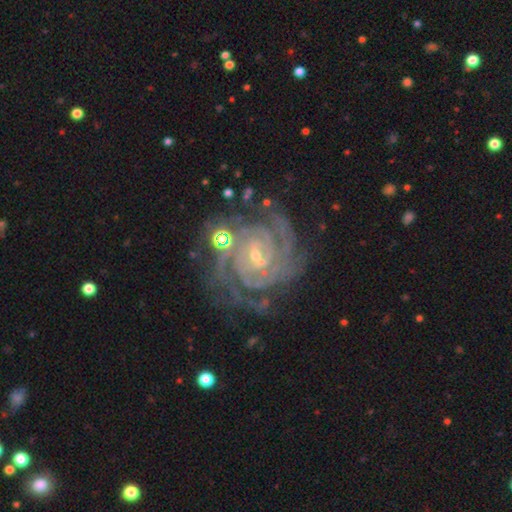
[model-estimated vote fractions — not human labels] Smooth or featured? Predicted: featured or disk (p=0.92). Edge-on disk? Predicted: no (p=0.98). Bar? Predicted: weak (p=0.44). Spiral arms? Predicted: yes (p=0.99). Spiral winding? Predicted: tight (p=0.79). Spiral arm count? Predicted: 4 (p=0.28). Bulge size? Predicted: small (p=0.78). Merging? Predicted: none (p=0.68).